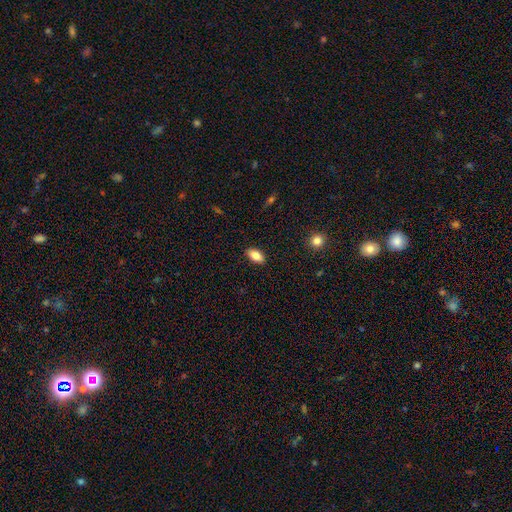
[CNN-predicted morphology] This is clearly a smooth galaxy (82%). How rounded: clearly in between (91%). Merging: clearly none (88%).